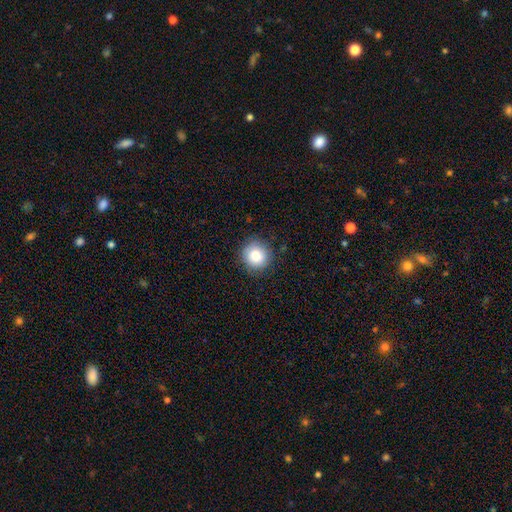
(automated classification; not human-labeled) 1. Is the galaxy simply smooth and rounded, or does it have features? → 83% smooth, 9% star or artifact, 7% featured or disk.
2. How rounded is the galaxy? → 92% round, 7% in between, 1% cigar-shaped.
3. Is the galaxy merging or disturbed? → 87% none, 9% minor disturbance, 2% major disturbance, 1% merger.